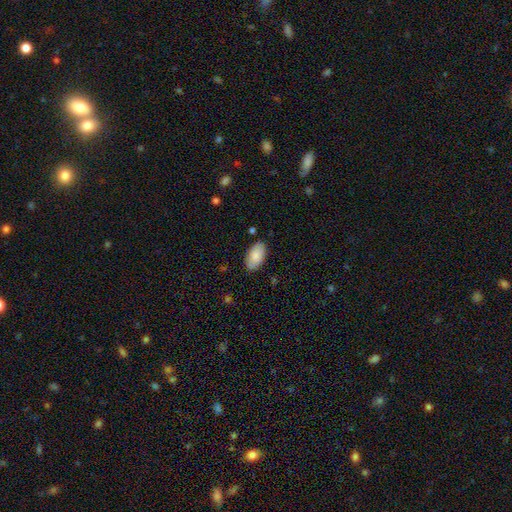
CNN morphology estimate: Smooth or featured?
  - smooth: 85% *
  - featured or disk: 9%
  - star or artifact: 6%
How rounded?
  - in between: 95% *
  - round: 3%
  - cigar-shaped: 2%
Merging?
  - none: 85% *
  - minor disturbance: 11%
  - major disturbance: 2%
  - merger: 1%